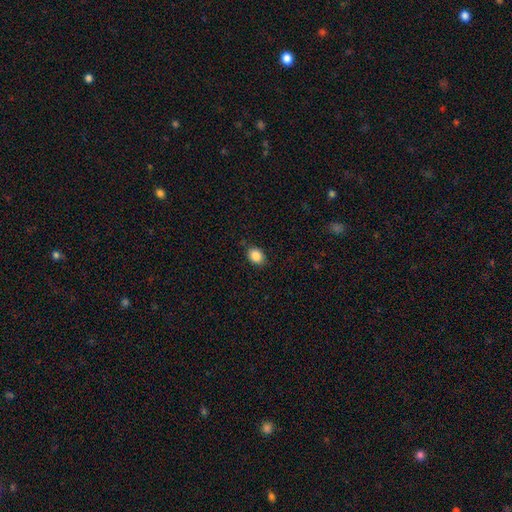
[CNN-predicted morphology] The model was most divided on "how rounded": in between: 61%, round: 38%, cigar-shaped: 1%. More confident: smooth or featured — smooth (86%); merging — none (83%).